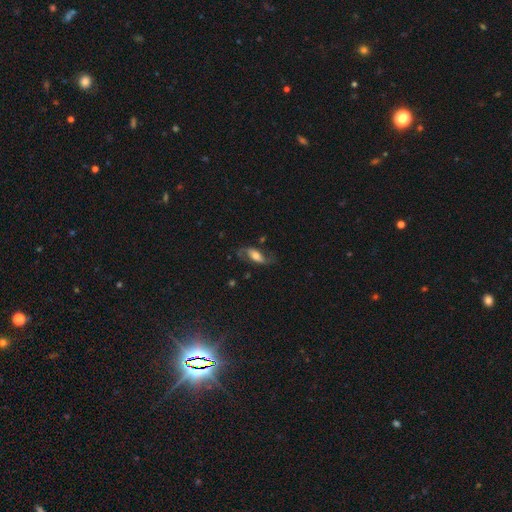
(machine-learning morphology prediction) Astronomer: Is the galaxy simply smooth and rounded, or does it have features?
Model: featured or disk — 65%.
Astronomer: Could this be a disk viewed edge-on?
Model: no — 88%.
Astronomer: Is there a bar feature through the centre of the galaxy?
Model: no — 41% (runner-up: weak, 34%).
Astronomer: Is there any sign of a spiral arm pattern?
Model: yes — 88%.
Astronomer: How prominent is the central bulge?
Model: moderate — 50% (runner-up: large, 25%).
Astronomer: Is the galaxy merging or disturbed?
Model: none — 65%.